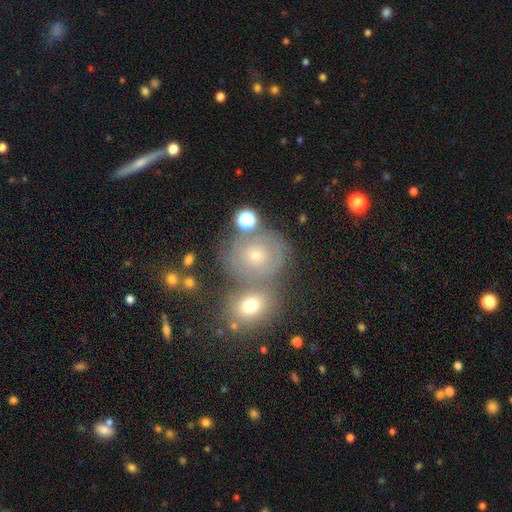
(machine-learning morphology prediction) A featured or disk galaxy (59%) with no bar (82%), spiral arms (76%) and a small central bulge (72%).

Vote fractions:
- Smooth or featured? featured or disk: 59% / smooth: 28% / star or artifact: 13%
- Edge-on disk? no: 97% / yes: 3%
- Bar? no: 82% / weak: 14% / strong: 3%
- Spiral arms? yes: 76% / no: 24%
- Bulge size? small: 72% / moderate: 22% / none: 2% / large: 2% / dominant: 1%
- Merging? none: 57% / merger: 22% / minor disturbance: 14% / major disturbance: 6%